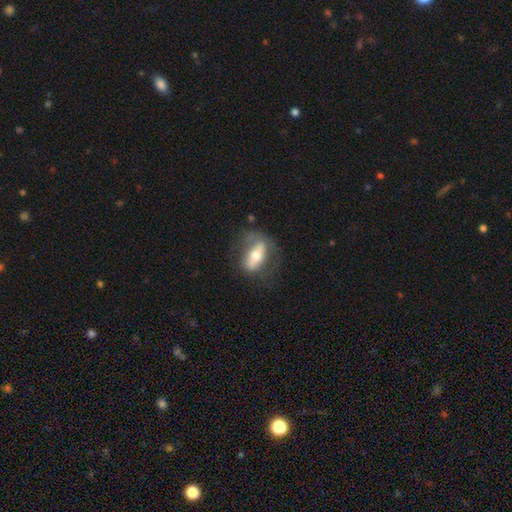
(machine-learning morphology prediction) Smooth or featured? Predicted: featured or disk (p=0.53). Edge-on disk? Predicted: no (p=0.71). Merging? Predicted: none (p=0.57).